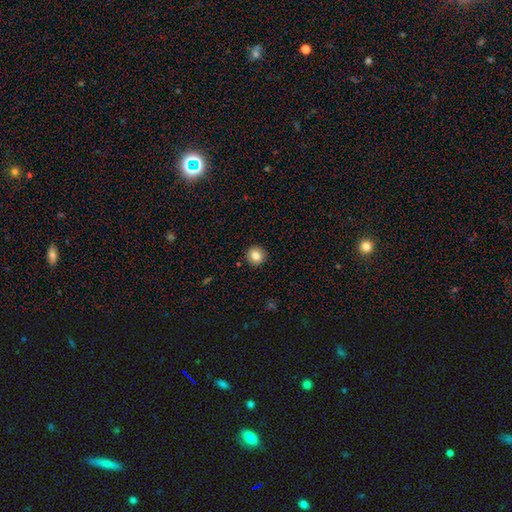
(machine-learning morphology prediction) Overall: smooth (83%). How rounded: round (94%). Merging: none (92%).